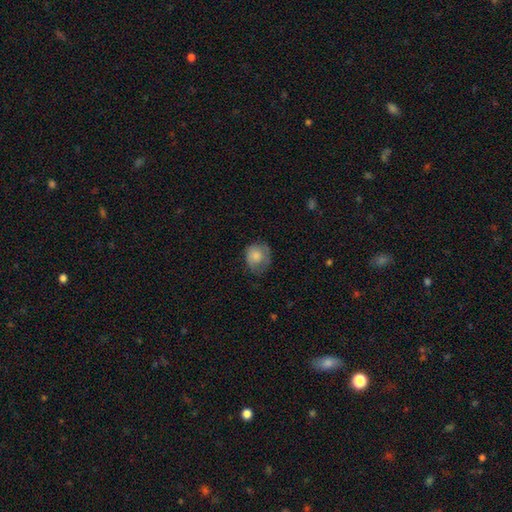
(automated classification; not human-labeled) This appears to be a smooth galaxy with no disk features (76%) that is round (71%). Merging: none (51%).